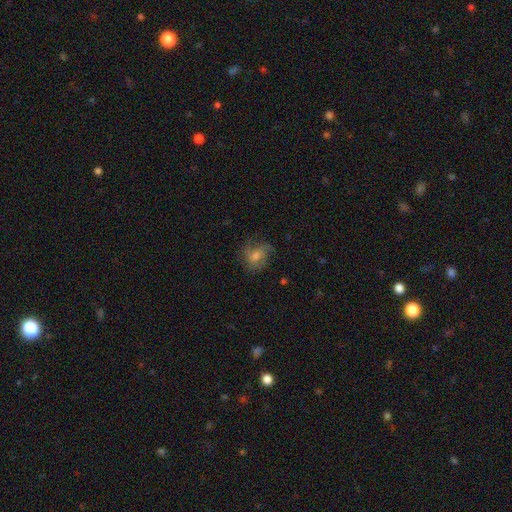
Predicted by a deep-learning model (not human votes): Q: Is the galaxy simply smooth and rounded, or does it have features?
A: featured or disk — 54%.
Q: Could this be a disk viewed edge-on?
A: no — 97%.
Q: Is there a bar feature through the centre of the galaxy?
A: no — 63%.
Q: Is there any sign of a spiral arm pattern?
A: yes — 83%.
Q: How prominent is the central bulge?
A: moderate — 56%.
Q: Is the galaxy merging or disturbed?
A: none — 65%.